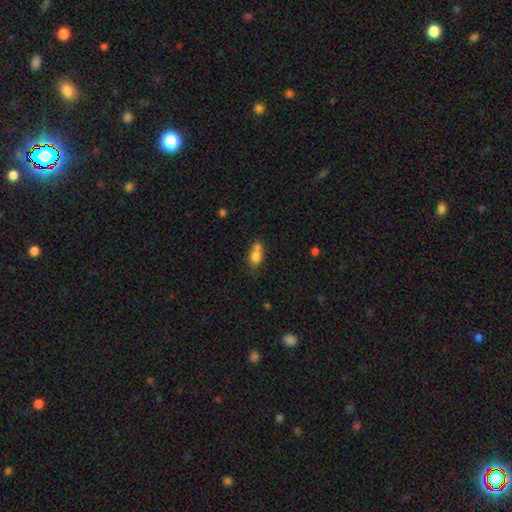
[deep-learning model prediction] A smooth galaxy with no disk features (76%) that is in between round and cigar-shaped (70%).

Vote fractions:
- Smooth or featured? smooth: 76% / featured or disk: 15% / star or artifact: 10%
- How rounded? in between: 70% / round: 24% / cigar-shaped: 6%
- Merging? merger: 40% / none: 35% / minor disturbance: 18% / major disturbance: 7%